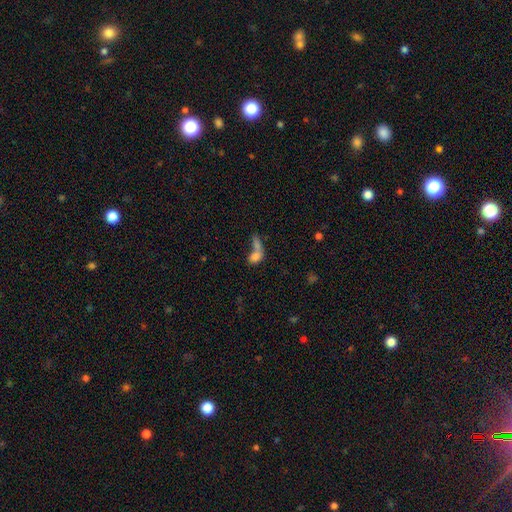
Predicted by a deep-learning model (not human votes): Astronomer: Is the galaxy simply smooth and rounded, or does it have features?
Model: smooth — 59%.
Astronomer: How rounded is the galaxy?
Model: in between — 60%.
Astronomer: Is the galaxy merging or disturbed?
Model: merger — 55%.